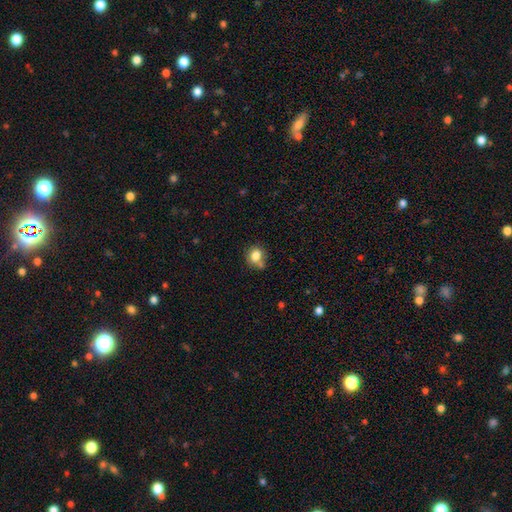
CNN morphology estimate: smooth_or_featured: smooth (p=0.80) [alt: star or artifact p=0.10]
how_rounded: round (p=0.60) [alt: in between p=0.39]
merging: none (p=0.56) [alt: merger p=0.21]